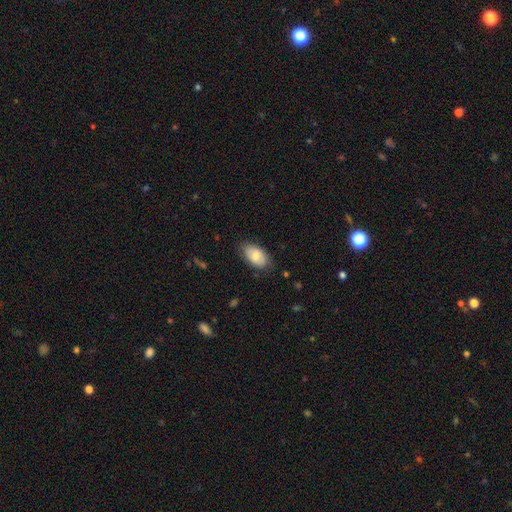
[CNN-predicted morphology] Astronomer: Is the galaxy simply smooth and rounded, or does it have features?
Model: smooth — 73%.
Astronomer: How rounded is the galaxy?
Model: in between — 93%.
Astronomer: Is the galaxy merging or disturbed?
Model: none — 76%.